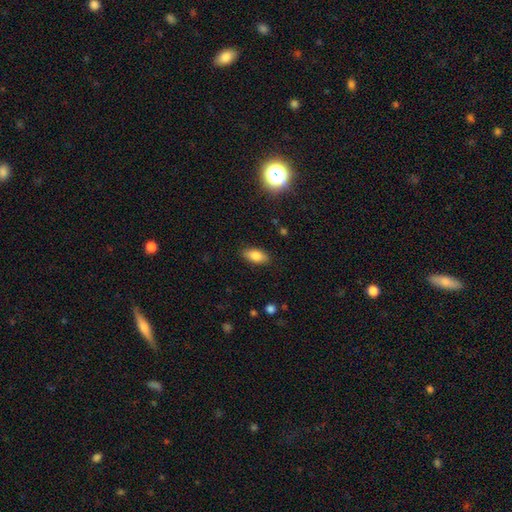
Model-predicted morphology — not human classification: Smooth or featured?
  - smooth: 83% *
  - star or artifact: 9%
  - featured or disk: 9%
How rounded?
  - in between: 88% *
  - cigar-shaped: 8%
  - round: 4%
Merging?
  - none: 87% *
  - minor disturbance: 9%
  - major disturbance: 2%
  - merger: 1%